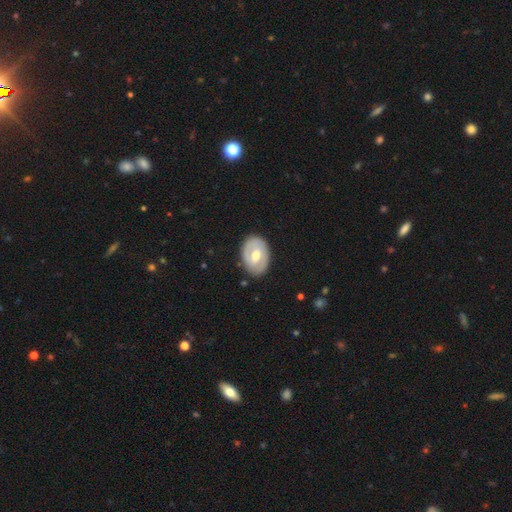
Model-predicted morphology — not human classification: A featured or disk galaxy (63%) with a weak bar (47%), spiral arms (59%) and a moderate central bulge (72%). Merging: none (84%).